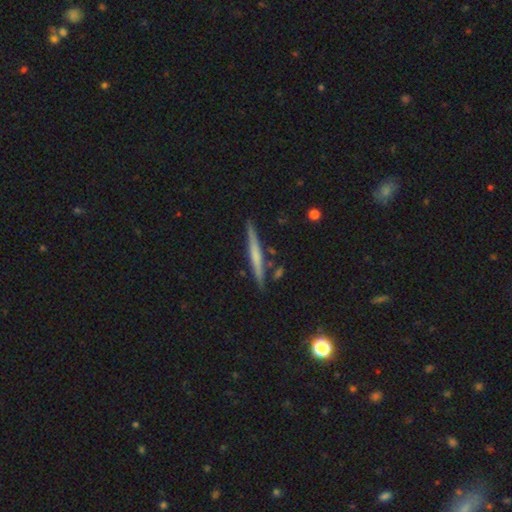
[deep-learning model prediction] Smooth or featured? featured or disk (48%)
Merging? none (86%)